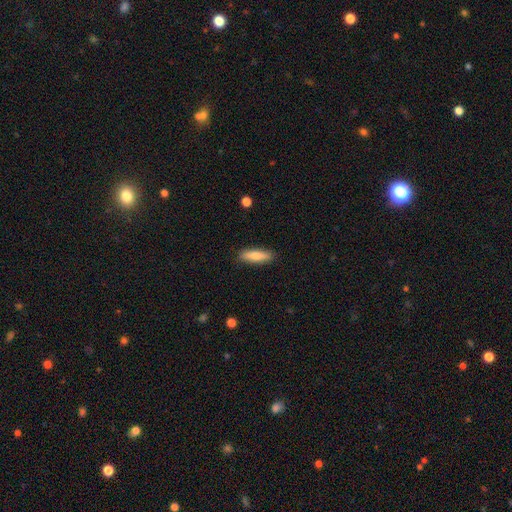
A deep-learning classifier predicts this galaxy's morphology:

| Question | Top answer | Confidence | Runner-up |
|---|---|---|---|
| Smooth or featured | smooth | 74% | featured or disk (21%) |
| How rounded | cigar-shaped | 62% | in between (36%) |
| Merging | none | 88% | minor disturbance (9%) |